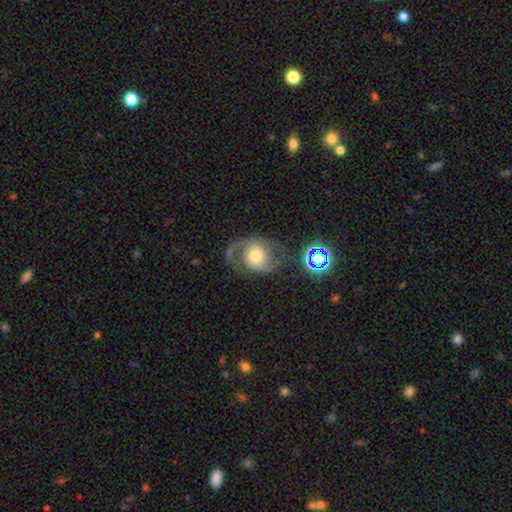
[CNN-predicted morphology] A featured or disk galaxy (76%) with no bar (65%), 2 (82%) medium (48%) spiral arms (93%) and a moderate central bulge (61%).

Vote fractions:
- Smooth or featured? featured or disk: 76% / smooth: 15% / star or artifact: 9%
- Edge-on disk? no: 97% / yes: 3%
- Bar? no: 65% / weak: 27% / strong: 7%
- Spiral arms? yes: 93% / no: 7%
- Spiral winding? medium: 48% / loose: 38% / tight: 14%
- Spiral arm count? 2: 82% / 1: 10% / can't tell: 4% / 3: 1% / 4: 1% / more than 4: 1%
- Bulge size? moderate: 61% / small: 20% / large: 15% / dominant: 2% / none: 2%
- Merging? none: 56% / major disturbance: 20% / minor disturbance: 20% / merger: 4%